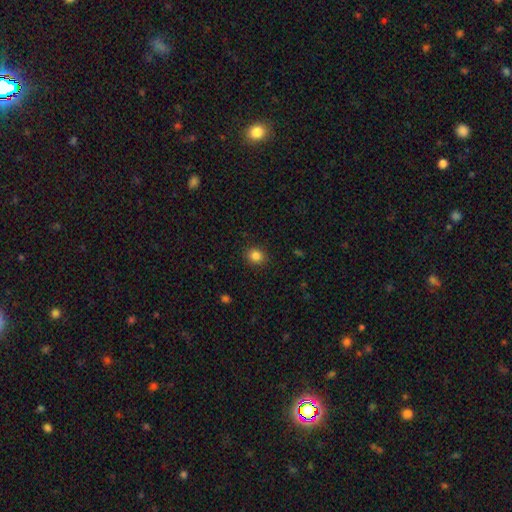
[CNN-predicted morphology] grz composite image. It shows a smooth galaxy with no disk features (84%) that is round (73%). Merging: none (91%).